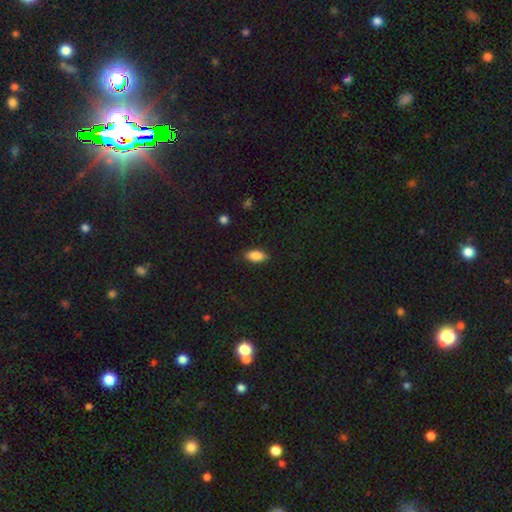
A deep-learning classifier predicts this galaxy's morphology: Overall: smooth (84%). How rounded: in between (89%). Merging: none (86%).